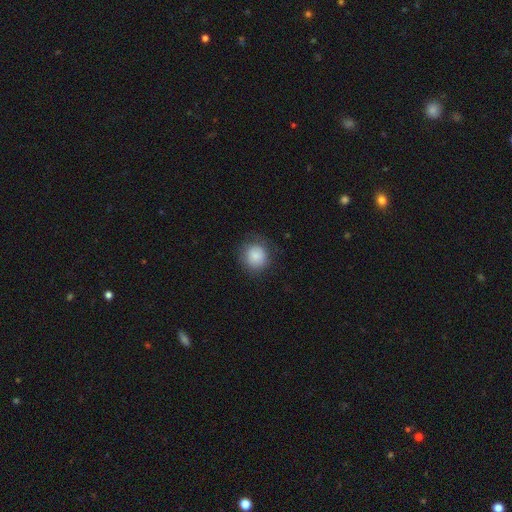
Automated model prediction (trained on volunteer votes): A smooth galaxy with no disk features (84%) that is round (86%).

Vote fractions:
- Smooth or featured? smooth: 84% / featured or disk: 8% / star or artifact: 8%
- How rounded? round: 86% / in between: 13% / cigar-shaped: 1%
- Merging? none: 76% / minor disturbance: 16% / major disturbance: 7% / merger: 1%